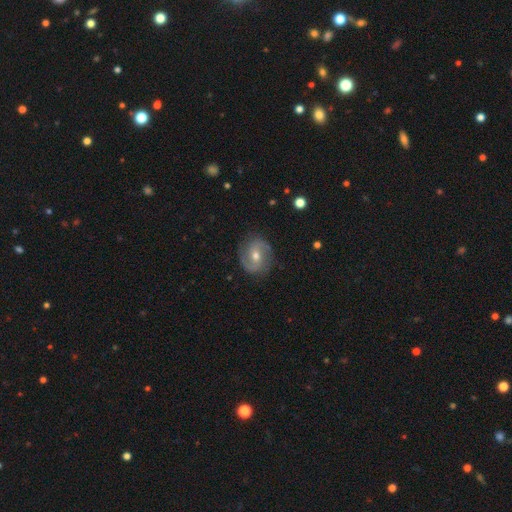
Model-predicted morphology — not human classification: Overall: featured or disk (81%). Edge-on disk: no (97%). Bar: no (46%; weak 40%). Spiral arms: yes (93%). Spiral arm count: 2 (89%). Spiral winding: medium (48%; tight 30%). Bulge size: moderate (61%; small 35%). Merging: none (83%).